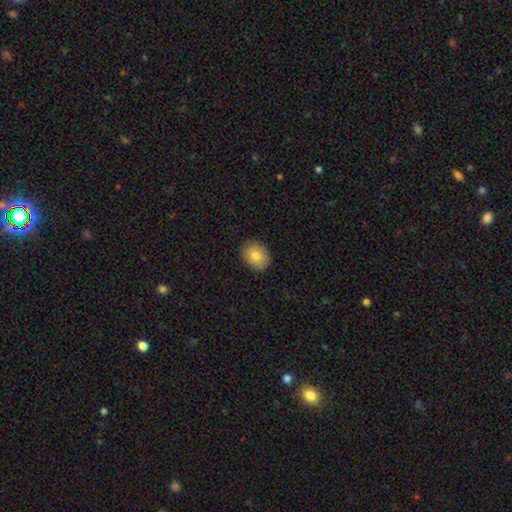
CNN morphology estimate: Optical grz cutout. It shows a smooth galaxy with no disk features (80%) that is in between round and cigar-shaped (50%). Merging: none (88%).